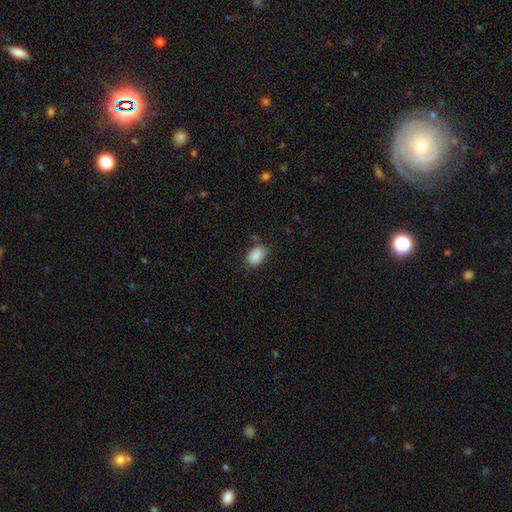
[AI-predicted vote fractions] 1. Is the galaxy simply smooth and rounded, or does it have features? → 88% smooth, 8% star or artifact, 4% featured or disk.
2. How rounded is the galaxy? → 90% in between, 9% round, 2% cigar-shaped.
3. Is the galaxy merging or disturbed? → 72% none, 22% minor disturbance, 4% major disturbance, 2% merger.